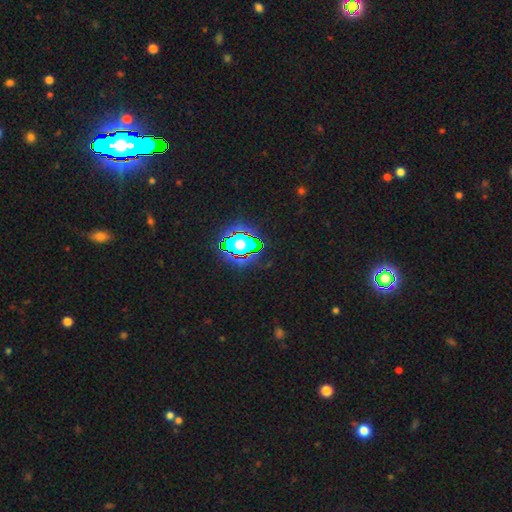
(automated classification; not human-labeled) A star or artifact, not a galaxy (81%).

Vote fractions:
- Smooth or featured? star or artifact: 81% / smooth: 11% / featured or disk: 8%